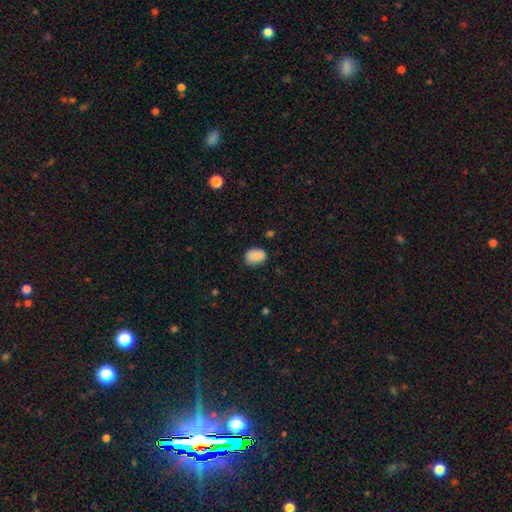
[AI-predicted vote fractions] smooth_or_featured: smooth (p=0.88) [alt: star or artifact p=0.08]
how_rounded: in between (p=0.80) [alt: round p=0.19]
merging: none (p=0.76) [alt: minor disturbance p=0.19]